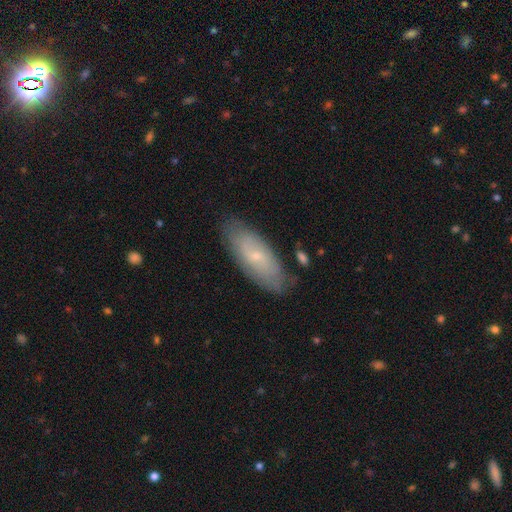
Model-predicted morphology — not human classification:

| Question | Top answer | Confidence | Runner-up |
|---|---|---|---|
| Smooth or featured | smooth | 52% | featured or disk (41%) |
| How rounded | in between | 75% | cigar-shaped (22%) |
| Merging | none | 79% | minor disturbance (15%) |